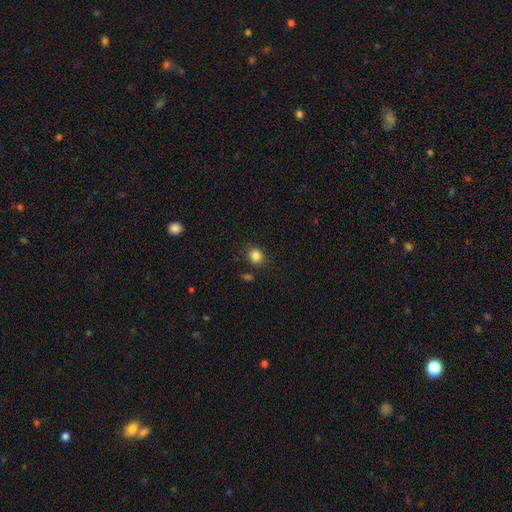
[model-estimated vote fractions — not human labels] smooth_or_featured: smooth (p=0.84) [alt: star or artifact p=0.11]
how_rounded: round (p=0.69) [alt: in between p=0.30]
merging: none (p=0.85) [alt: minor disturbance p=0.09]